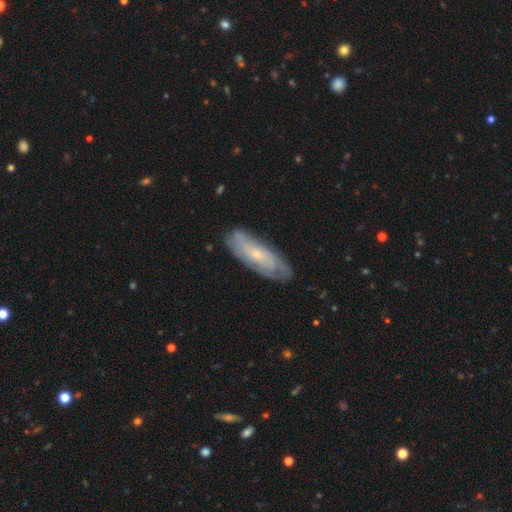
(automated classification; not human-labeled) Smooth or featured? Predicted: featured or disk (p=0.55). Edge-on disk? Predicted: no (p=0.73). Merging? Predicted: none (p=0.82).